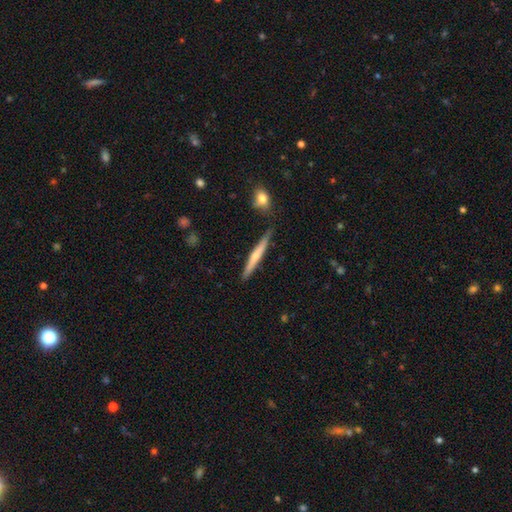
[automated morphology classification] smooth-or-featured: smooth: 49% | featured or disk: 45% | star or artifact: 6%
  merging: none: 82% | minor disturbance: 12% | merger: 4% | major disturbance: 2%